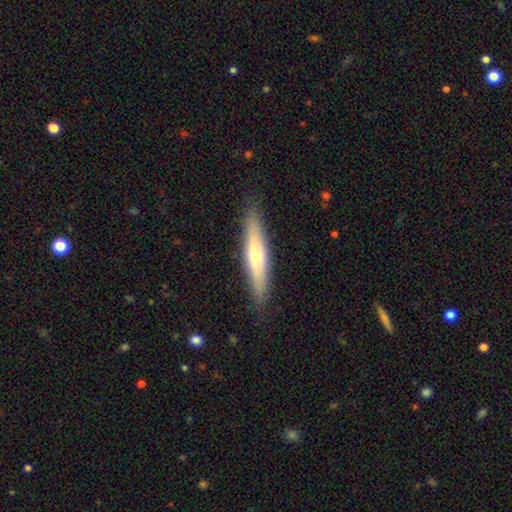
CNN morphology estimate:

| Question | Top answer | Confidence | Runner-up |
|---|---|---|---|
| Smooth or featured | smooth | 50% | featured or disk (44%) |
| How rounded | cigar-shaped | 87% | in between (12%) |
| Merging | none | 89% | minor disturbance (8%) |